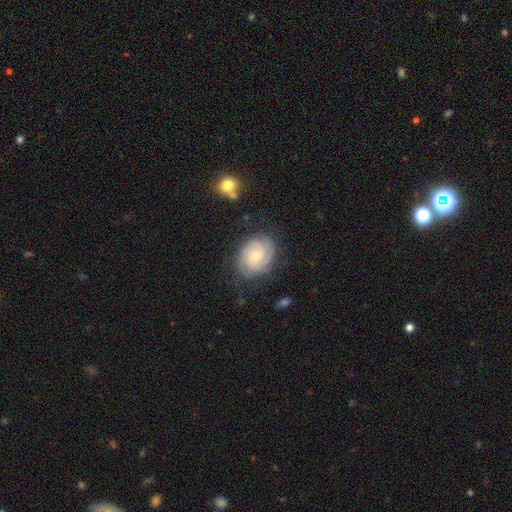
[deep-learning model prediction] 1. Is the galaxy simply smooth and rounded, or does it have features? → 72% featured or disk, 21% smooth, 7% star or artifact.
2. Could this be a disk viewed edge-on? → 98% no, 2% yes.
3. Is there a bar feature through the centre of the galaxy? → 66% no, 30% weak, 4% strong.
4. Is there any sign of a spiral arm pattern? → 94% yes, 6% no.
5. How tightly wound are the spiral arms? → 67% tight, 27% medium, 6% loose.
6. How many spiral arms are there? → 35% 2, 28% can't tell, 22% 3, 7% 4, 4% 1, 4% more than 4.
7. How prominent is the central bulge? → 60% small, 34% moderate, 3% none, 2% large, 1% dominant.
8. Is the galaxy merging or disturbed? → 74% none, 18% minor disturbance, 7% major disturbance, 2% merger.